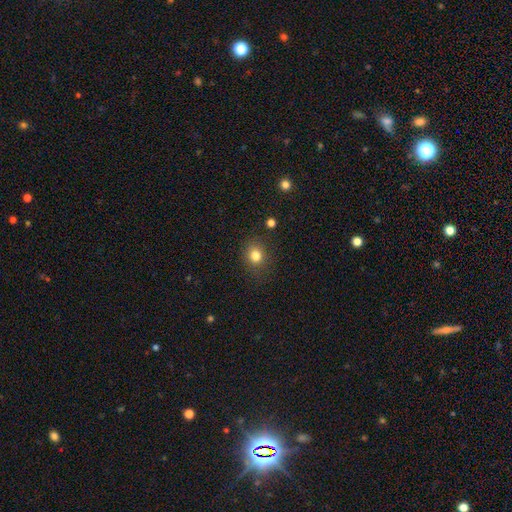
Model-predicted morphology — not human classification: Overall: smooth (81%). How rounded: round (69%; in between 30%). Merging: none (80%).